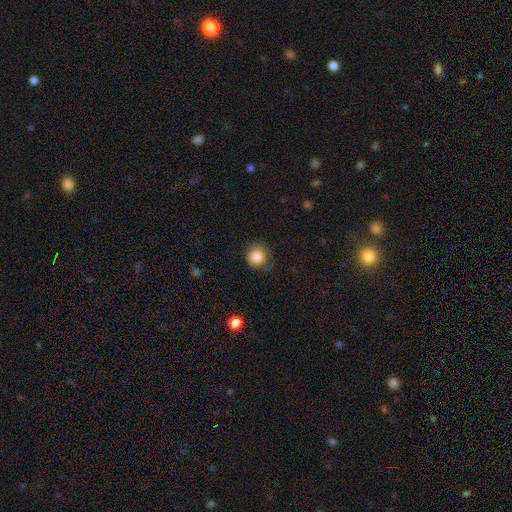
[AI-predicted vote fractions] Overall: smooth (85%). How rounded: round (90%). Merging: none (73%).